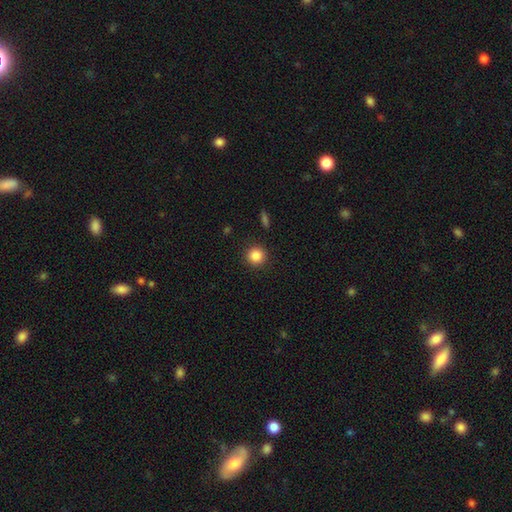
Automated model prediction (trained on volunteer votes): This appears to be a smooth galaxy with no disk features (85%) that is round (94%). Merging: none (91%).